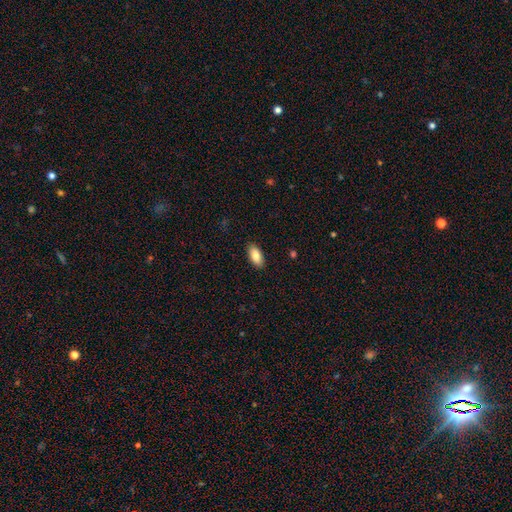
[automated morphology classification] smooth_or_featured: smooth (p=0.86) [alt: featured or disk p=0.07]
how_rounded: in between (p=0.92) [alt: cigar-shaped p=0.06]
merging: none (p=0.89) [alt: minor disturbance p=0.08]